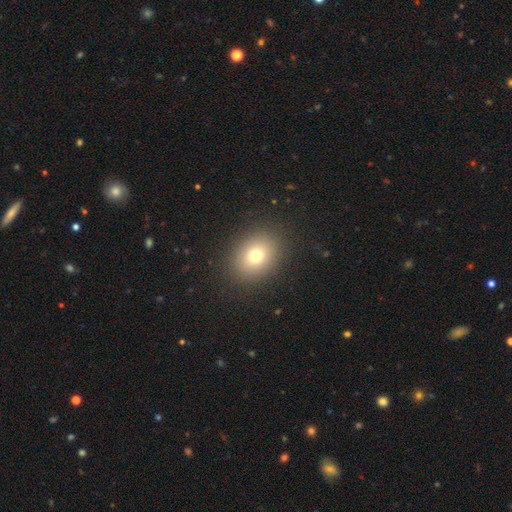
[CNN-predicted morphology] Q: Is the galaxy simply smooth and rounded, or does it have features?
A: smooth — 74%.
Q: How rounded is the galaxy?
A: round — 52%.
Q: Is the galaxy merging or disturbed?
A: none — 88%.